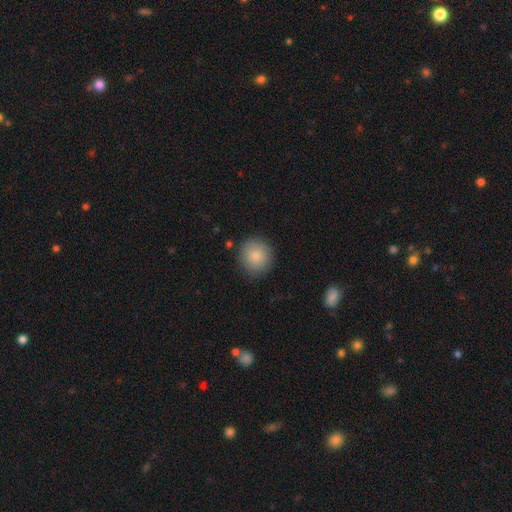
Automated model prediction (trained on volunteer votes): This appears to be a smooth galaxy with no disk features (85%) that is round (92%). Merging: none (87%).